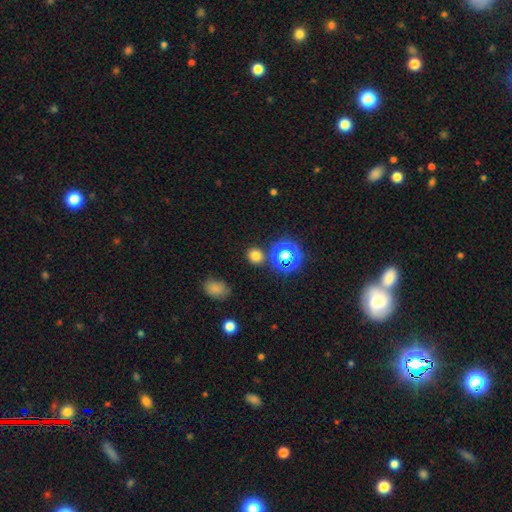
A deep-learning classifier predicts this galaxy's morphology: Smooth or featured?
  - smooth: 74% *
  - star or artifact: 21%
  - featured or disk: 5%
How rounded?
  - round: 82% *
  - in between: 17%
  - cigar-shaped: 1%
Merging?
  - none: 84% *
  - minor disturbance: 8%
  - merger: 6%
  - major disturbance: 3%